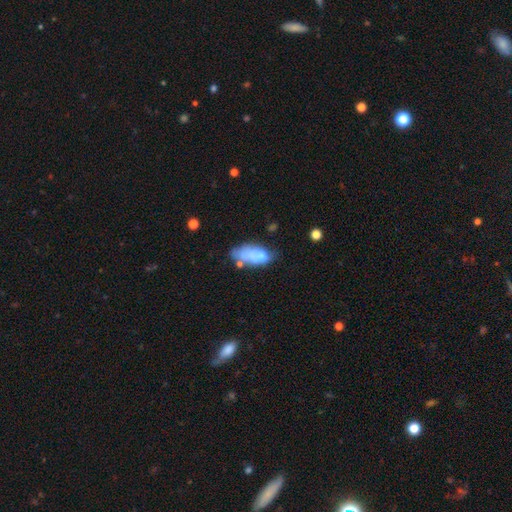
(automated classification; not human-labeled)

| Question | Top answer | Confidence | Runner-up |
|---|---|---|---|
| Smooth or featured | smooth | 65% | featured or disk (26%) |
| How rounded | in between | 89% | cigar-shaped (8%) |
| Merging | none | 37% | minor disturbance (26%) |